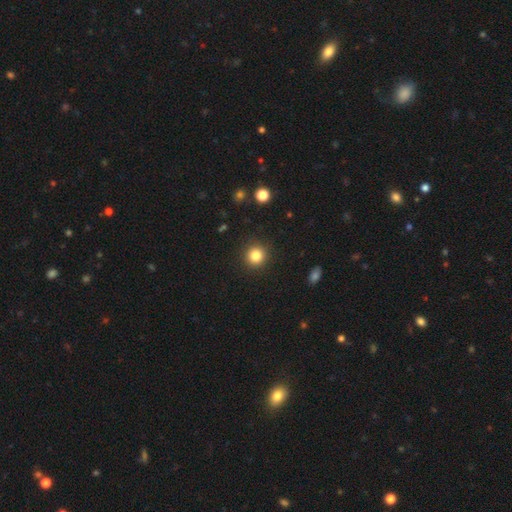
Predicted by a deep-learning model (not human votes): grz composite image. It shows a smooth galaxy with no disk features (83%) that is round (94%). Merging: none (91%).